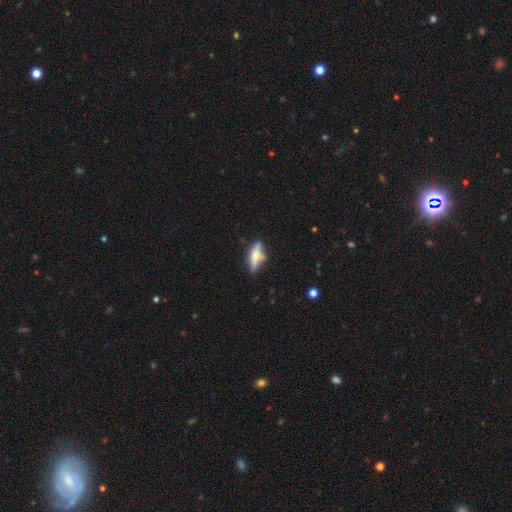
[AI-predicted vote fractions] featured or disk 46%, smooth 45%, star or artifact 8%. Down the decision tree: merging — none (65%).